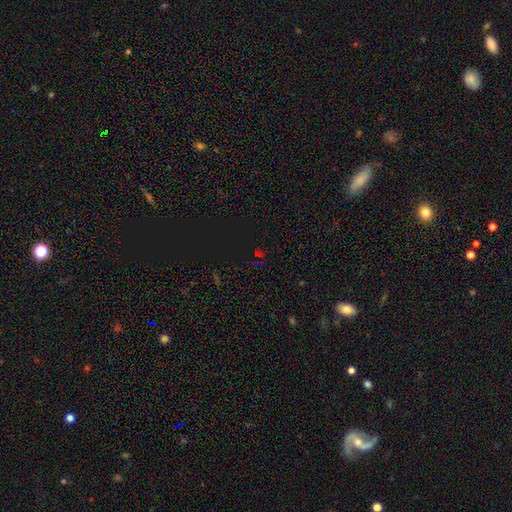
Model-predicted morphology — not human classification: A star or artifact, not a galaxy (74%).